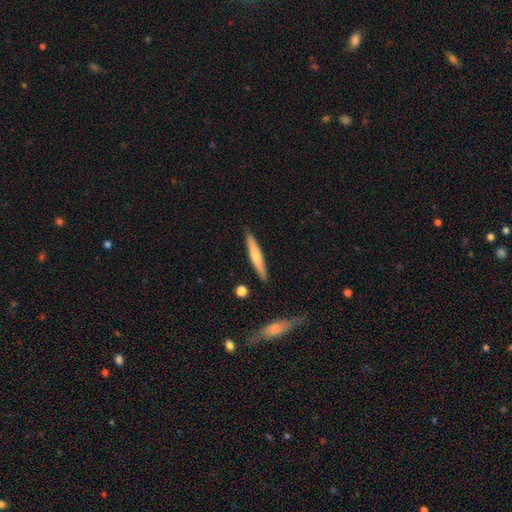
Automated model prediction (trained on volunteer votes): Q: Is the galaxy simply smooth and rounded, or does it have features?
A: smooth — 62%.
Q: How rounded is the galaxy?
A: cigar-shaped — 94%.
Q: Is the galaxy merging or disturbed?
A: none — 89%.